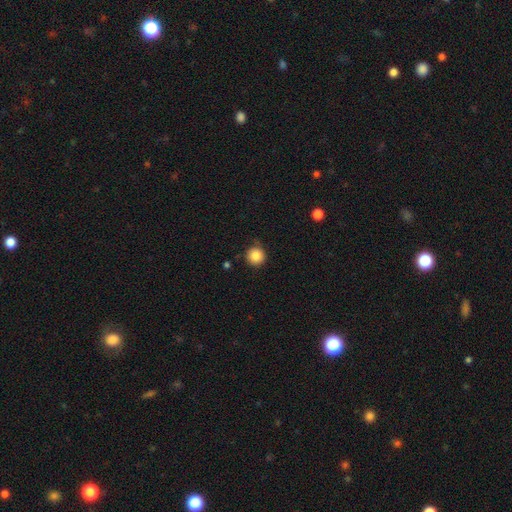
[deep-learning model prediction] The model was most divided on "merging": none: 81%, minor disturbance: 14%, major disturbance: 3%, merger: 2%. More confident: how rounded — round (95%); smooth or featured — smooth (86%).